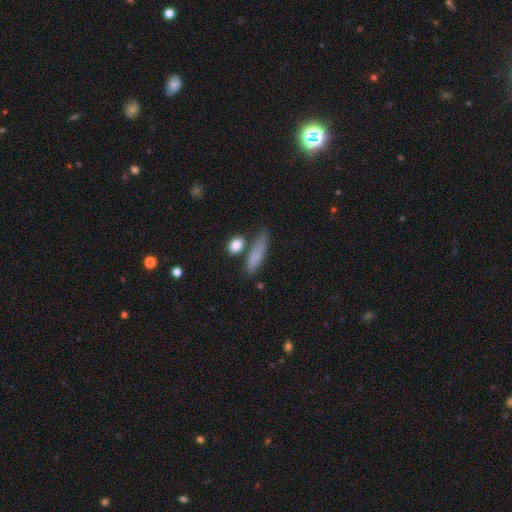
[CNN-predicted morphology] Smooth or featured? Predicted: smooth (p=0.78). How rounded? Predicted: cigar-shaped (p=0.66). Merging? Predicted: none (p=0.63).